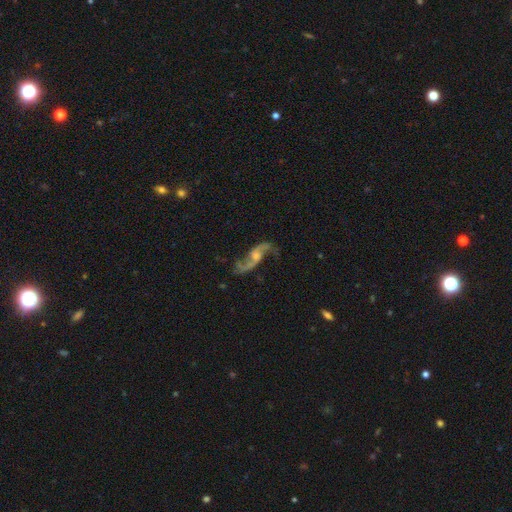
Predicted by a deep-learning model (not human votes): The model was most divided on "bar": no: 48%, weak: 41%, strong: 11%. Remaining: spiral arms — yes (96%); spiral arm count — 2 (93%); edge-on disk — no (93%); smooth or featured — featured or disk (89%); spiral winding — loose (82%); merging — none (74%); bulge size — moderate (45%).